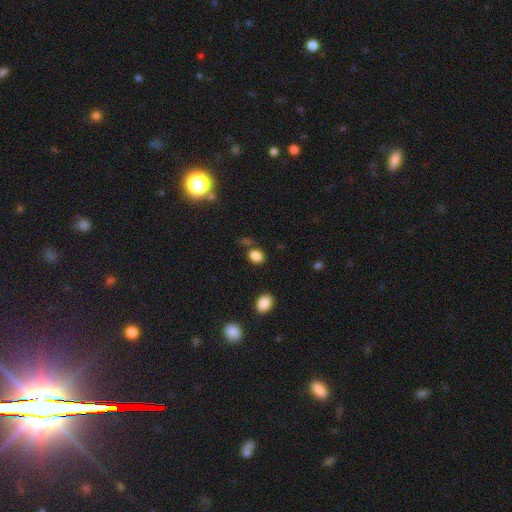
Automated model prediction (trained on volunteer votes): smooth-or-featured: smooth: 84% | star or artifact: 11% | featured or disk: 4%
  how-rounded: in between: 61% | round: 38% | cigar-shaped: 1%
  merging: none: 72% | minor disturbance: 14% | merger: 9% | major disturbance: 5%